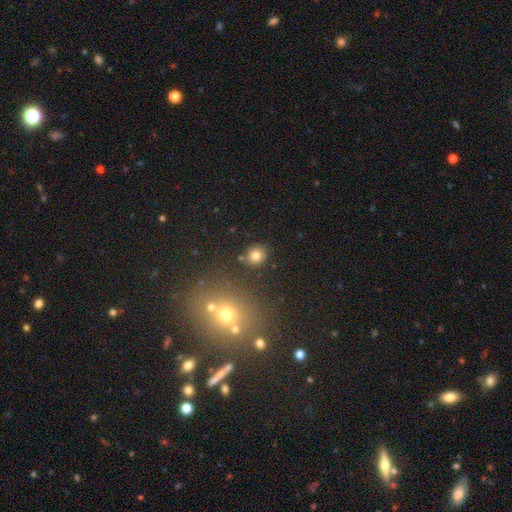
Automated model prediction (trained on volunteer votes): This is likely a smooth galaxy (79%). How rounded: clearly round (83%). Merging: clearly none (84%).